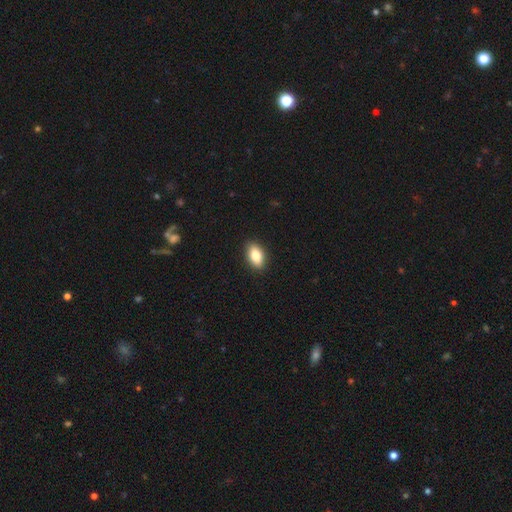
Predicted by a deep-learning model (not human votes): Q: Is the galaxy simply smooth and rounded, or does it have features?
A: smooth — 82%.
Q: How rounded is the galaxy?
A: in between — 88%.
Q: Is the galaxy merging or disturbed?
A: none — 90%.